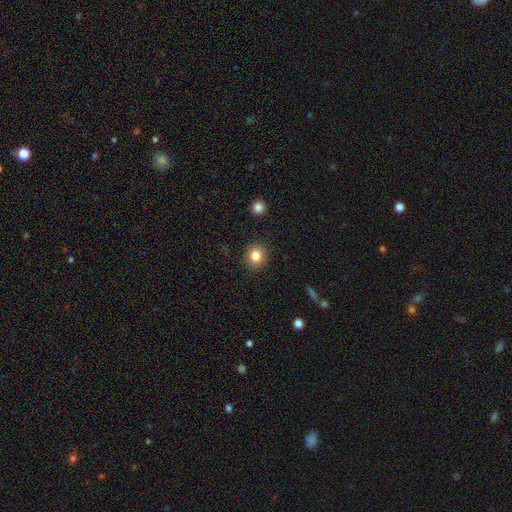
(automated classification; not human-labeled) Smooth or featured? Predicted: smooth (p=0.82). How rounded? Predicted: round (p=0.83). Merging? Predicted: none (p=0.90).